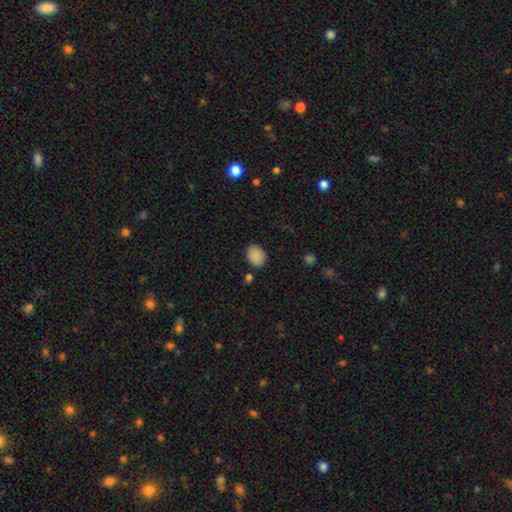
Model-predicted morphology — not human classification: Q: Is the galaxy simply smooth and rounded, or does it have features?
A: smooth — 88%.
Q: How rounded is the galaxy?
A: in between — 58%.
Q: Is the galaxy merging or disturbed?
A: none — 81%.